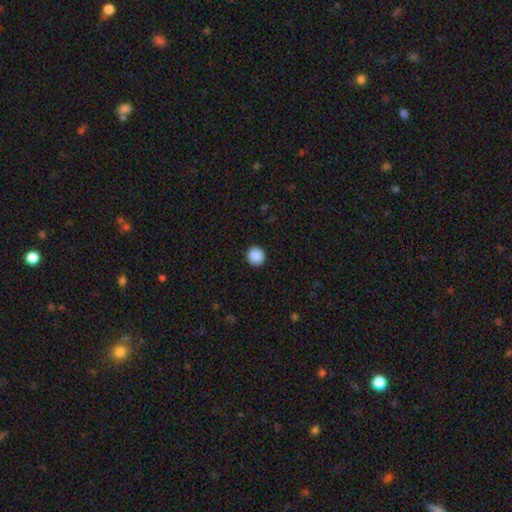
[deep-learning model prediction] Smooth or featured? Predicted: smooth (p=0.90). How rounded? Predicted: round (p=0.95). Merging? Predicted: none (p=0.93).